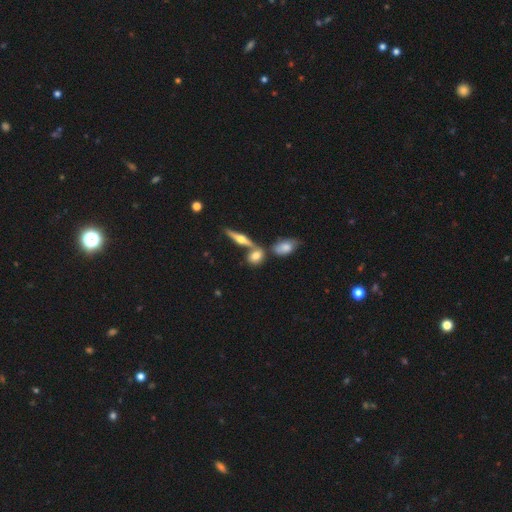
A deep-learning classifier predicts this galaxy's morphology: Smooth or featured? Predicted: smooth (p=0.51). How rounded? Predicted: in between (p=0.60). Merging? Predicted: none (p=0.54).